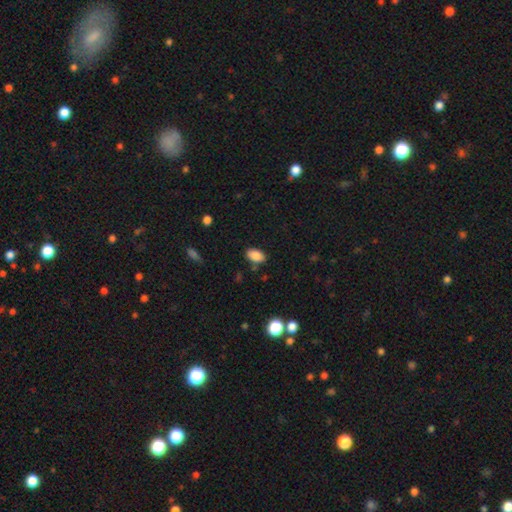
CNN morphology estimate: A smooth galaxy with no disk features (86%) that is in between round and cigar-shaped (91%).

Vote fractions:
- Smooth or featured? smooth: 86% / star or artifact: 9% / featured or disk: 6%
- How rounded? in between: 91% / round: 8% / cigar-shaped: 2%
- Merging? none: 81% / minor disturbance: 13% / major disturbance: 3% / merger: 3%